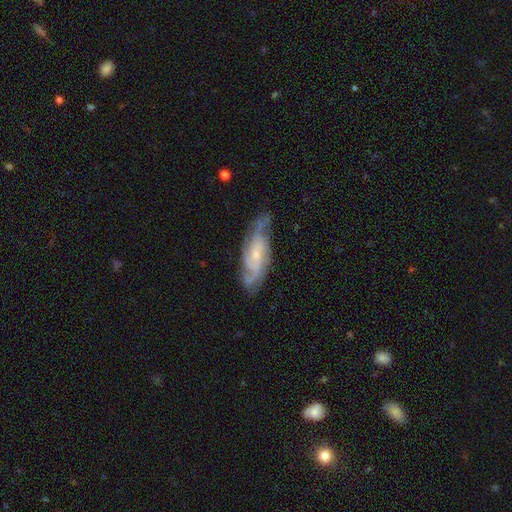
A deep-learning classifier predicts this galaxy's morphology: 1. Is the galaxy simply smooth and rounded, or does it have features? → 83% featured or disk, 11% smooth, 6% star or artifact.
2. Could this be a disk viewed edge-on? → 89% no, 11% yes.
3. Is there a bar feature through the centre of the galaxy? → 62% no, 32% weak, 7% strong.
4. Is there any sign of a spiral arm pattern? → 96% yes, 4% no.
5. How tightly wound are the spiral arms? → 45% tight, 43% medium, 12% loose.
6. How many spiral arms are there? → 27% 3, 25% 2, 24% can't tell, 16% 4, 5% more than 4, 5% 1.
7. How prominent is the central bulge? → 68% small, 25% moderate, 4% none, 1% large, 1% dominant.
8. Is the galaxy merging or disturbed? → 71% none, 21% minor disturbance, 6% major disturbance, 2% merger.